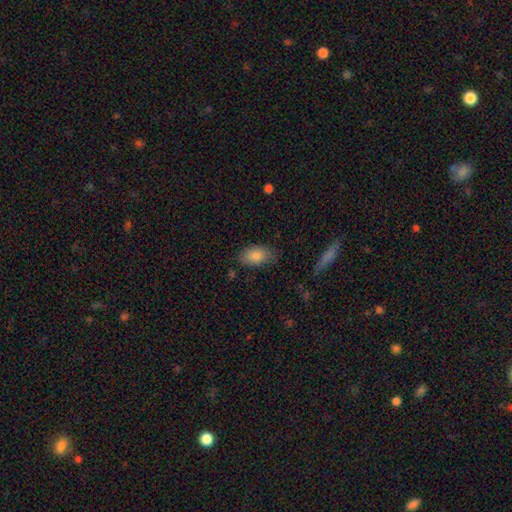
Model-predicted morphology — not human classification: smooth 85%, featured or disk 8%, star or artifact 7%. Down the decision tree: how rounded — in between (90%); merging — none (73%).